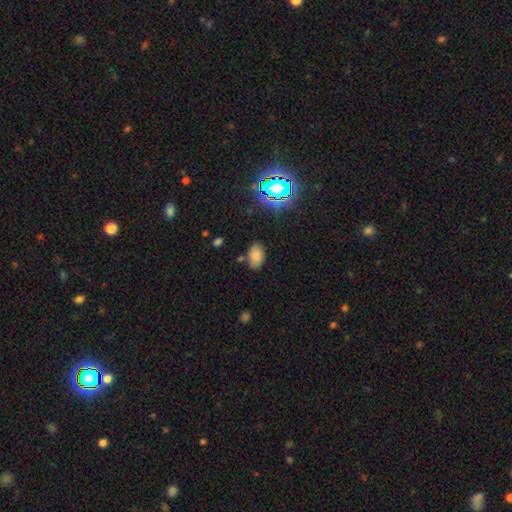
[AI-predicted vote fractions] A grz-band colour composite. It shows a smooth galaxy with no disk features (78%) that is in between round and cigar-shaped (91%). Merging: none (79%).